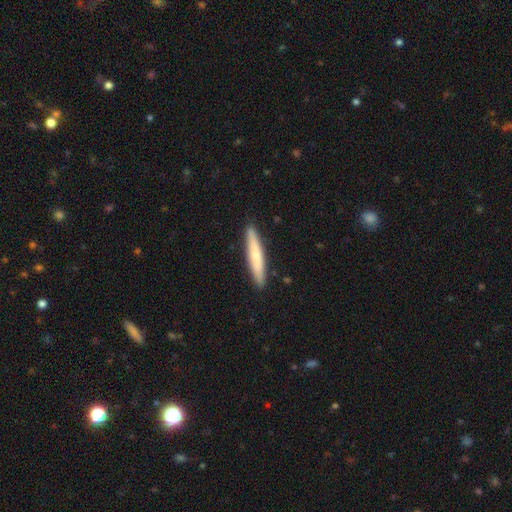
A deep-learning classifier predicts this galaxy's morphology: Smooth or featured?
  - smooth: 64% *
  - featured or disk: 31%
  - star or artifact: 5%
How rounded?
  - cigar-shaped: 93% *
  - in between: 5%
  - round: 1%
Merging?
  - none: 91% *
  - minor disturbance: 7%
  - major disturbance: 1%
  - merger: 1%